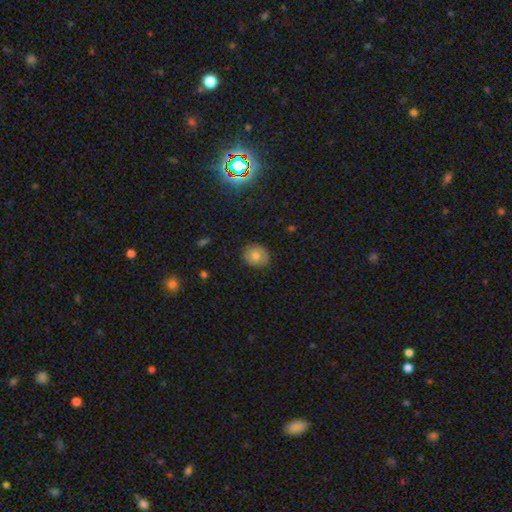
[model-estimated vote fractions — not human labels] This is likely a smooth galaxy (68%). How rounded: likely round (69%). Merging: clearly none (84%).